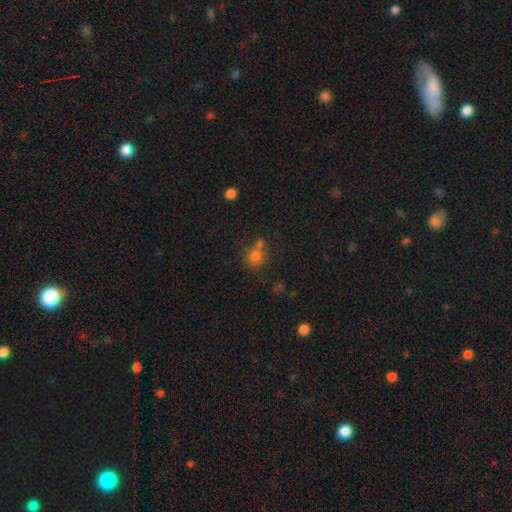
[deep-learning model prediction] Smooth or featured? smooth (72%)
How rounded? round (81%)
Merging? none (57%)